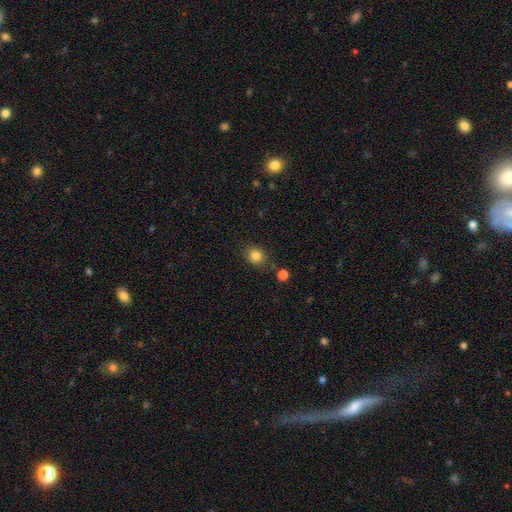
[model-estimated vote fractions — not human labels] smooth 83%, star or artifact 11%, featured or disk 6%. Down the decision tree: how rounded — round (62%); merging — none (80%).